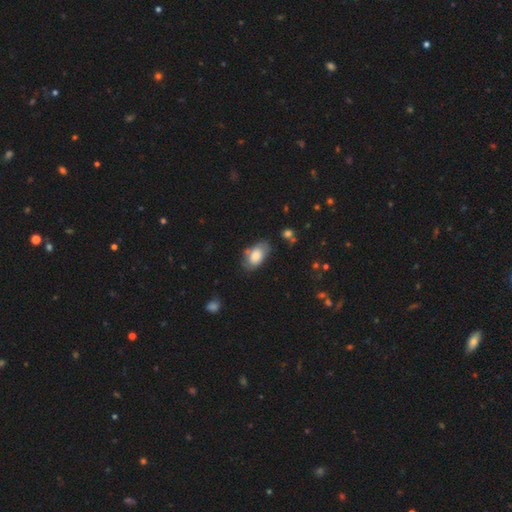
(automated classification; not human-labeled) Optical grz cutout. It shows a smooth galaxy with no disk features (72%) that is in between round and cigar-shaped (93%). Merging: none (60%).